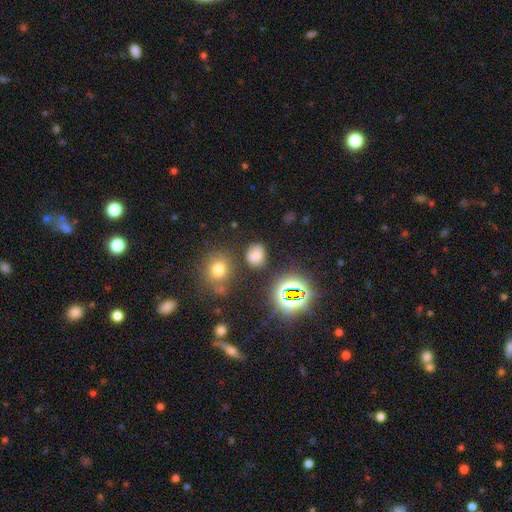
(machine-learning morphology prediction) smooth_or_featured: smooth (p=0.63) [alt: star or artifact p=0.28]
how_rounded: round (p=0.55) [alt: in between p=0.43]
merging: none (p=0.72) [alt: minor disturbance p=0.16]